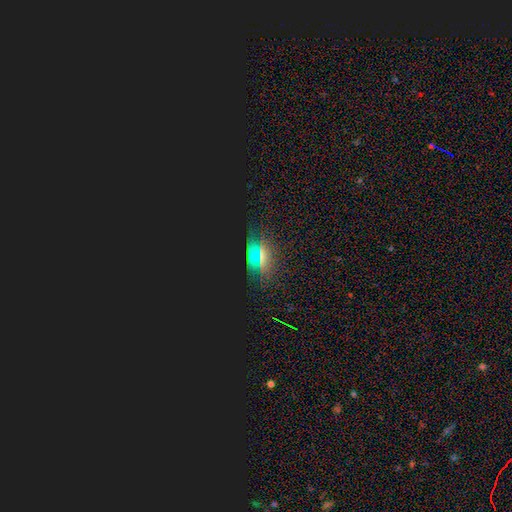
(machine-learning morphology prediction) Smooth or featured?
  - star or artifact: 57% *
  - smooth: 27%
  - featured or disk: 16%